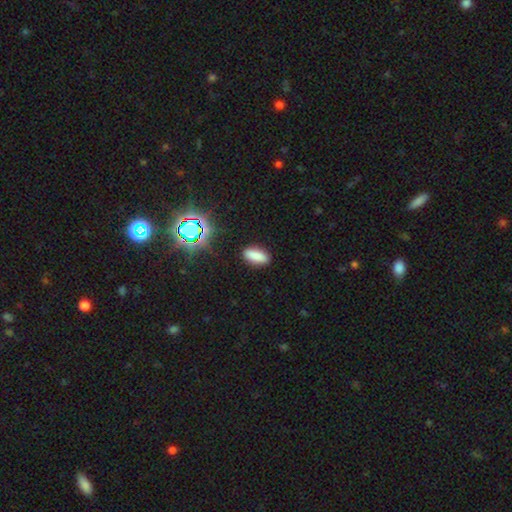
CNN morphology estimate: Smooth or featured: smooth — 82% (star or artifact — 12%)
How rounded: in between — 78% (cigar-shaped — 19%)
Merging: none — 88% (minor disturbance — 9%)